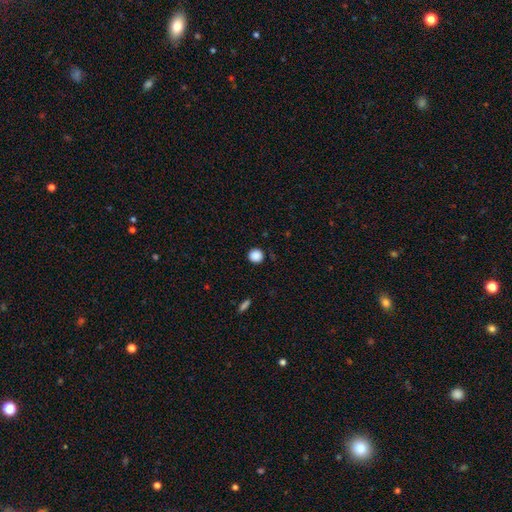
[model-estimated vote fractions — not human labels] Smooth or featured: smooth — 88% (star or artifact — 10%)
How rounded: round — 92% (in between — 7%)
Merging: none — 90% (minor disturbance — 7%)